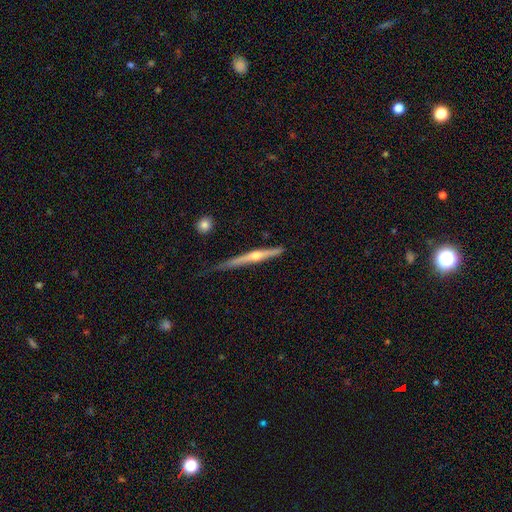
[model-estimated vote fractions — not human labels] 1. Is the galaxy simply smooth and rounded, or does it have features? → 73% featured or disk, 21% smooth, 6% star or artifact.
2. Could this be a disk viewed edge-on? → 97% yes, 3% no.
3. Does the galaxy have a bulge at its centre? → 88% rounded, 9% none, 3% boxy.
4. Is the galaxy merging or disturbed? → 73% none, 21% minor disturbance, 3% major disturbance, 2% merger.